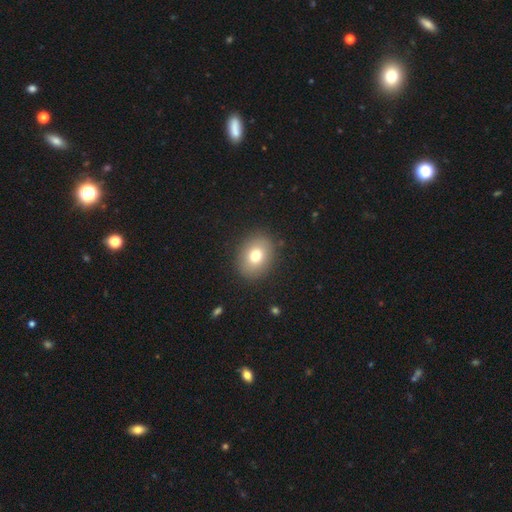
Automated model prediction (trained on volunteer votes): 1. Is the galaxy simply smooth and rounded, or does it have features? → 76% smooth, 14% featured or disk, 10% star or artifact.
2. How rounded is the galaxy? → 54% in between, 45% round, 1% cigar-shaped.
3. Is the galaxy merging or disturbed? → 89% none, 7% minor disturbance, 3% major disturbance, 1% merger.